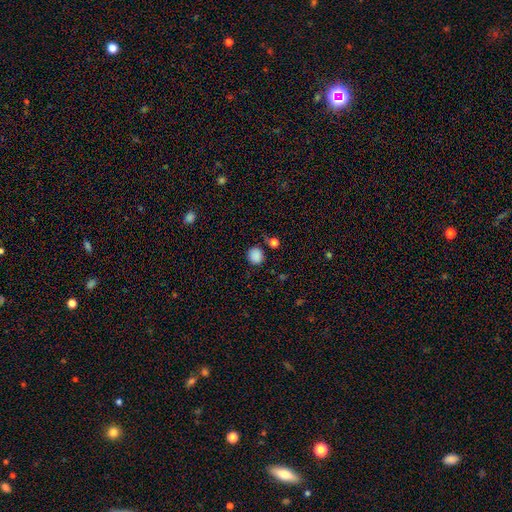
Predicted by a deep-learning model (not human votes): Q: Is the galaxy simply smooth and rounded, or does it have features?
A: smooth — 86%.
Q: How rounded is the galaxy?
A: round — 86%.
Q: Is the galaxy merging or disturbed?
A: none — 80%.